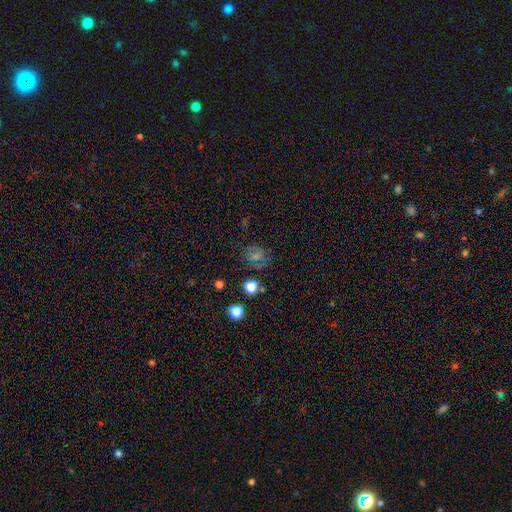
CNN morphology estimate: The model was most divided on "smooth or featured": smooth: 41%, star or artifact: 33%, featured or disk: 26%. More confident: merging — none (78%).